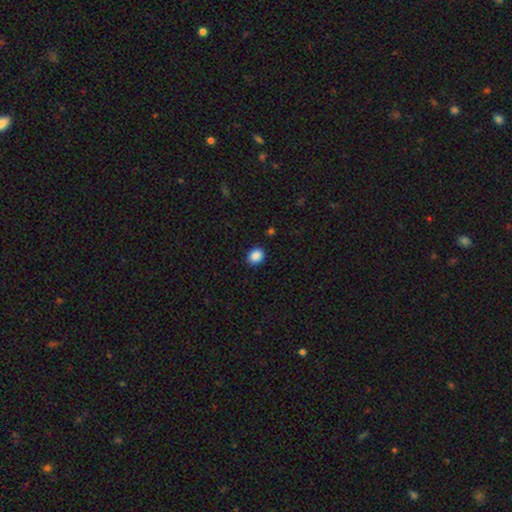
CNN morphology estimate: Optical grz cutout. It shows a smooth galaxy with no disk features (88%) that is round (57%). Merging: none (90%).